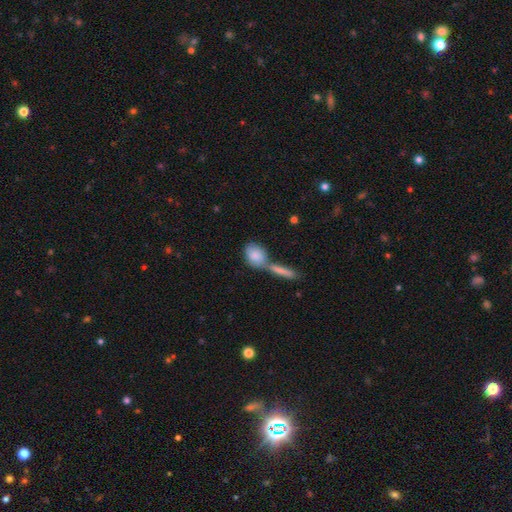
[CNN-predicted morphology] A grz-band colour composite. It shows a smooth galaxy with no disk features (83%) that is in between round and cigar-shaped (59%). Merging: merger (46%).